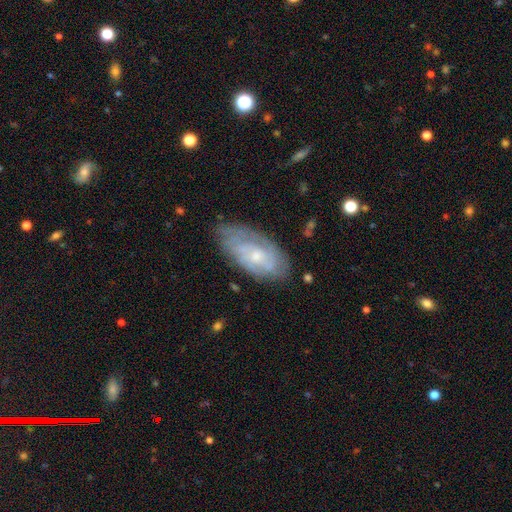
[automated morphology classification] A featured or disk galaxy (60%) with no bar (75%), spiral arms (69%) and a small central bulge (54%).

Vote fractions:
- Smooth or featured? featured or disk: 60% / smooth: 33% / star or artifact: 7%
- Edge-on disk? no: 91% / yes: 9%
- Bar? no: 75% / weak: 22% / strong: 3%
- Spiral arms? yes: 69% / no: 31%
- Bulge size? small: 54% / moderate: 38% / none: 5% / large: 2% / dominant: 1%
- Merging? none: 65% / minor disturbance: 25% / major disturbance: 8% / merger: 2%